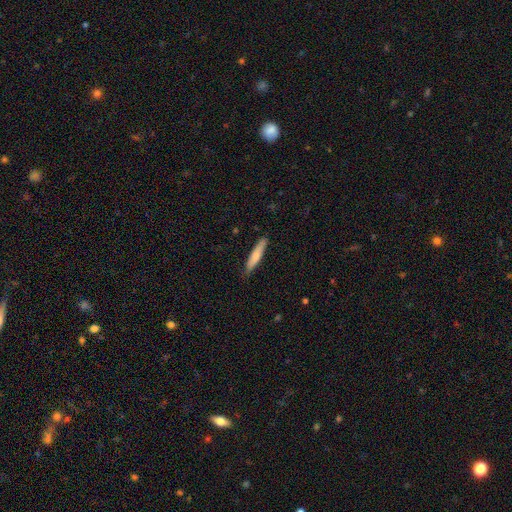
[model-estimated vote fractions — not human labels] Smooth or featured? smooth (71%)
How rounded? cigar-shaped (88%)
Merging? none (87%)